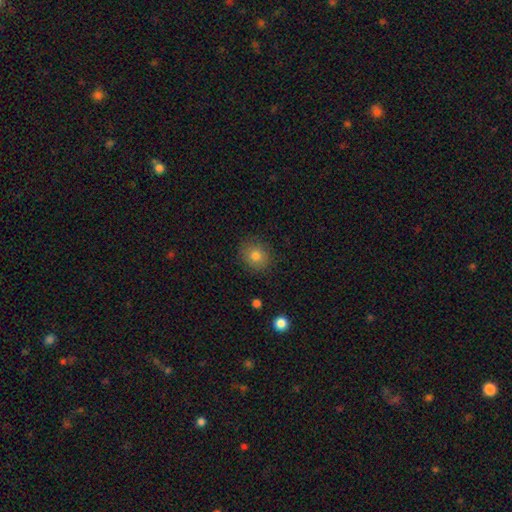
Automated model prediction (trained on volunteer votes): smooth-or-featured: smooth: 79% | star or artifact: 11% | featured or disk: 9%
  how-rounded: round: 78% | in between: 22% | cigar-shaped: 1%
  merging: none: 85% | minor disturbance: 11% | major disturbance: 3% | merger: 1%